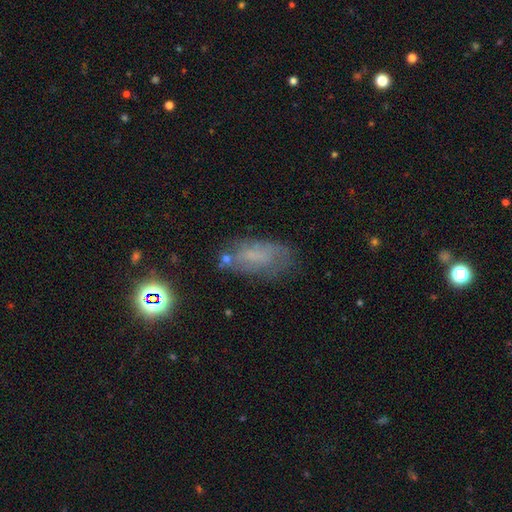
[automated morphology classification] Overall: smooth (46%; featured or disk 37%). Merging: none (56%; minor disturbance 26%).